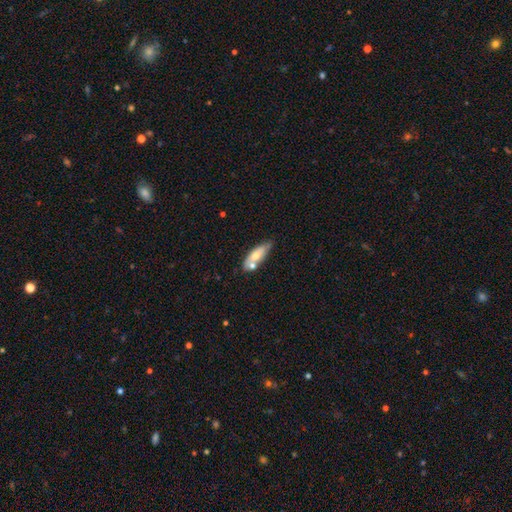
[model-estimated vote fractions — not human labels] This appears to be a smooth galaxy with no disk features (65%) that is in between round and cigar-shaped (63%). Merging: none (54%).